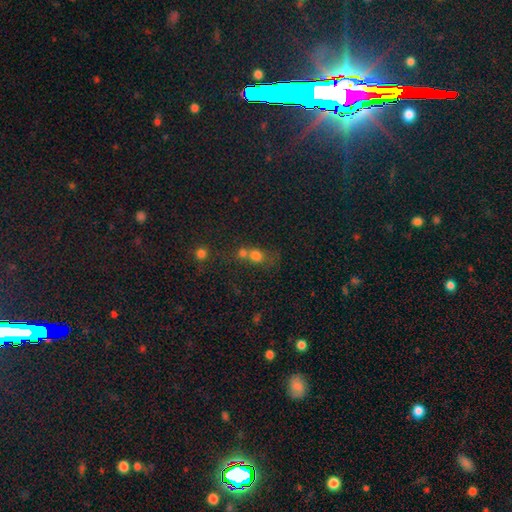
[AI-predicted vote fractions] Smooth or featured? Predicted: smooth (p=0.73). How rounded? Predicted: round (p=0.73). Merging? Predicted: merger (p=0.56).